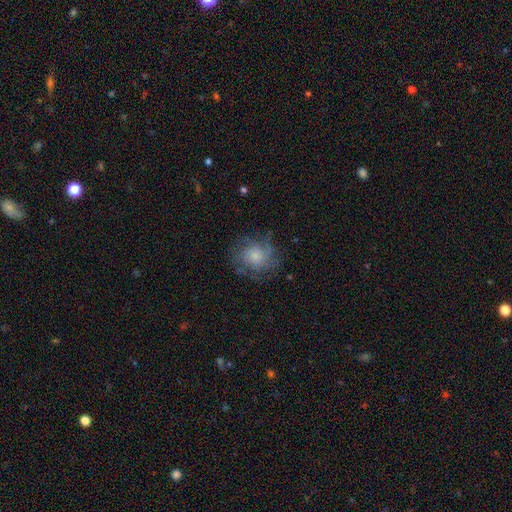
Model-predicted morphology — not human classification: Smooth or featured? featured or disk (46%)
Merging? none (66%)